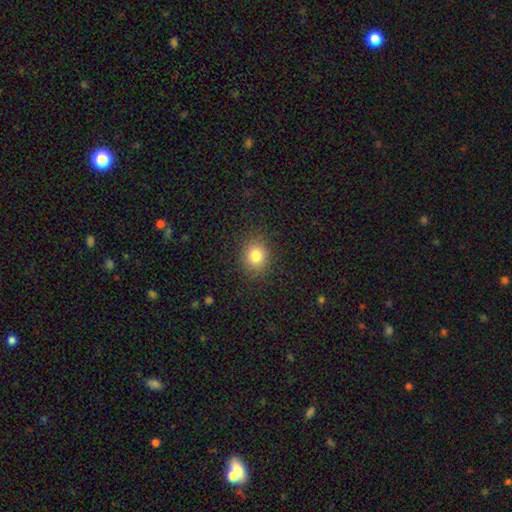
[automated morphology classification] Smooth or featured?
  - smooth: 81% *
  - star or artifact: 12%
  - featured or disk: 7%
How rounded?
  - round: 75% *
  - in between: 24%
  - cigar-shaped: 1%
Merging?
  - none: 88% *
  - minor disturbance: 8%
  - major disturbance: 3%
  - merger: 1%